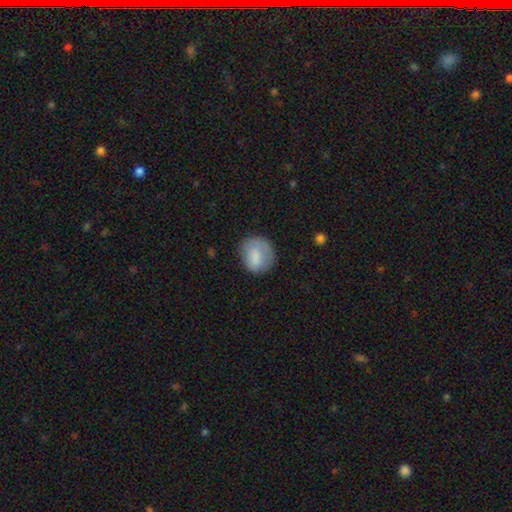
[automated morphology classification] A smooth galaxy with no disk features (81%) that is round (74%).

Vote fractions:
- Smooth or featured? smooth: 81% / featured or disk: 12% / star or artifact: 8%
- How rounded? round: 74% / in between: 25% / cigar-shaped: 1%
- Merging? none: 68% / minor disturbance: 21% / major disturbance: 9% / merger: 2%